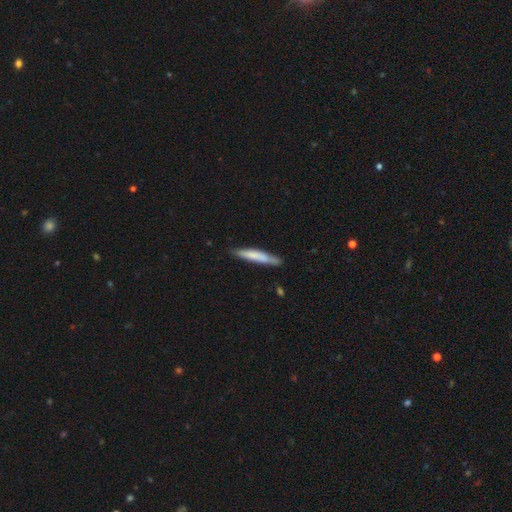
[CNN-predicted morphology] Smooth or featured: smooth — 70% (featured or disk — 25%)
How rounded: cigar-shaped — 93% (in between — 6%)
Merging: none — 80% (minor disturbance — 16%)